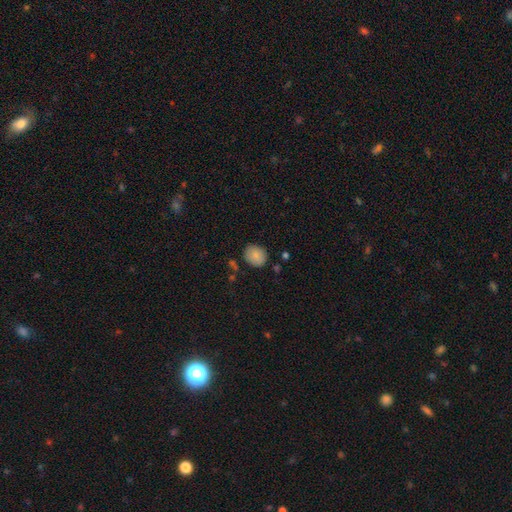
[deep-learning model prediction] Smooth or featured? smooth (82%)
How rounded? round (63%)
Merging? none (81%)